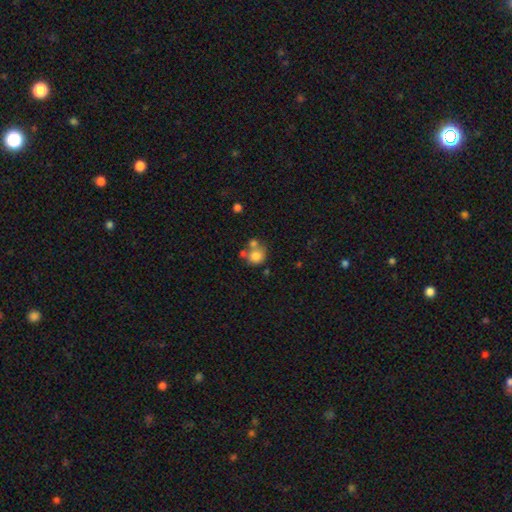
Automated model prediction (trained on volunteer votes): Overall: smooth (76%). How rounded: round (81%). Merging: none (44%; merger 37%).